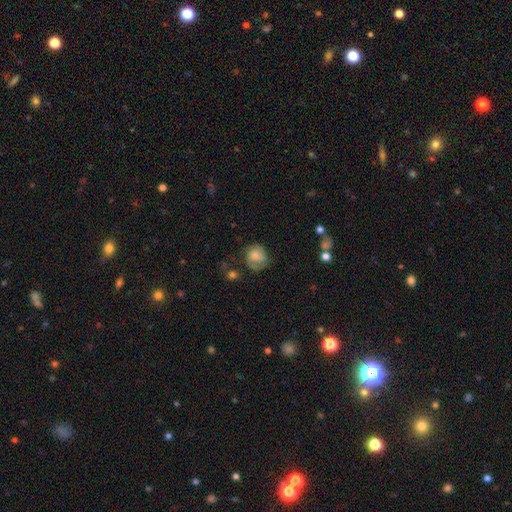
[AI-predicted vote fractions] A smooth galaxy with no disk features (58%) that is round (74%). Merging: none (59%).